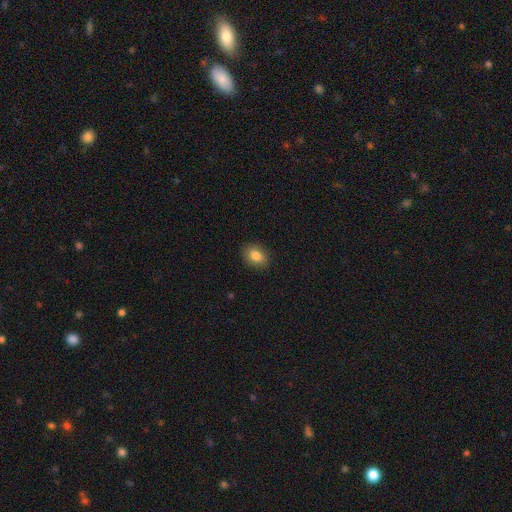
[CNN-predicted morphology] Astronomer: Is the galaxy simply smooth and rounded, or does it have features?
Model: smooth — 85%.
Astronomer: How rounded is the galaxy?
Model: in between — 74%.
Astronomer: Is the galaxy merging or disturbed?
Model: none — 89%.